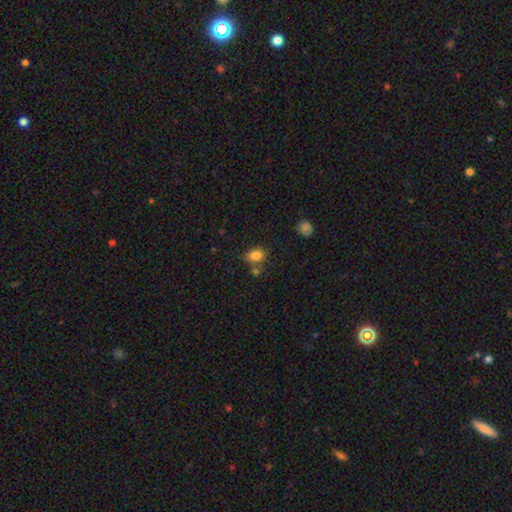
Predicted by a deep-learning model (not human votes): This is clearly a smooth galaxy (83%). How rounded: likely in between (75%). Merging: likely none (64%).